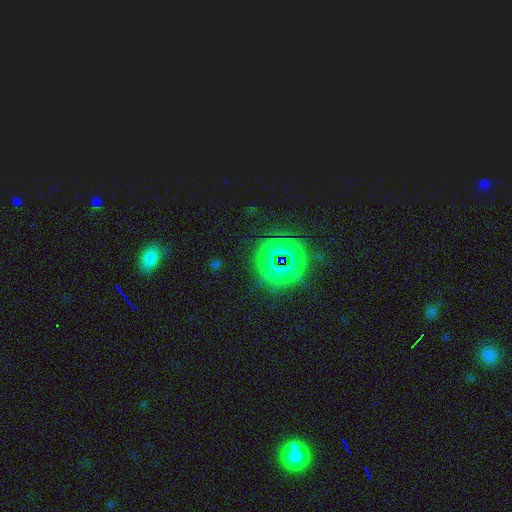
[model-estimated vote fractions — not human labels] The model was most divided on "smooth or featured": star or artifact: 77%, smooth: 13%, featured or disk: 10%.